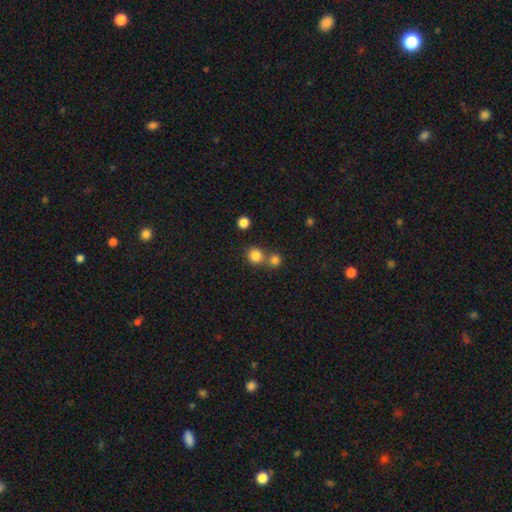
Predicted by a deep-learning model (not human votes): Overall: smooth (82%). How rounded: round (88%). Merging: none (58%; merger 33%).